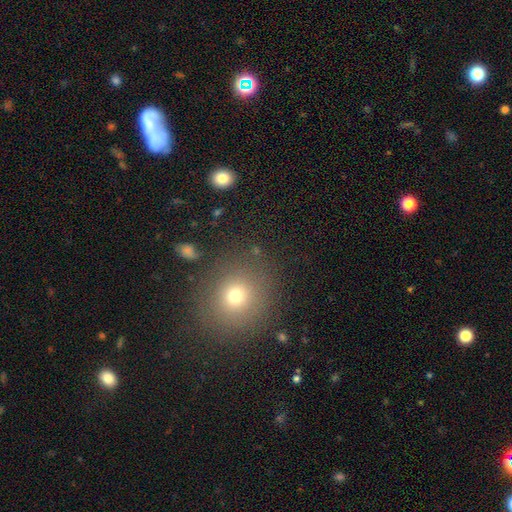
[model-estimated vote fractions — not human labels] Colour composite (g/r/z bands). It shows a smooth galaxy with no disk features (63%) that is round (85%). Merging: none (87%).